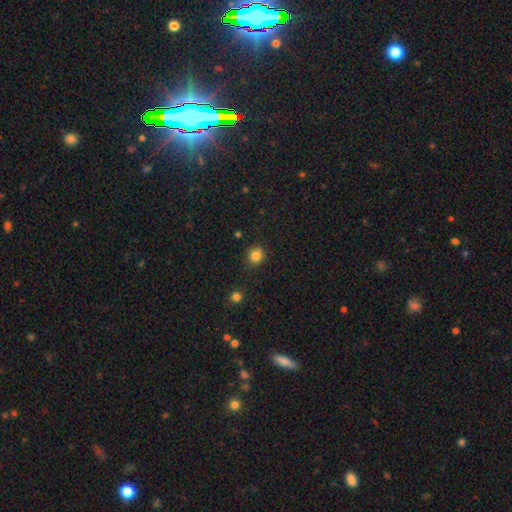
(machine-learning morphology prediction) type=smooth (83%); roundness=round (90%); merging=none (87%).